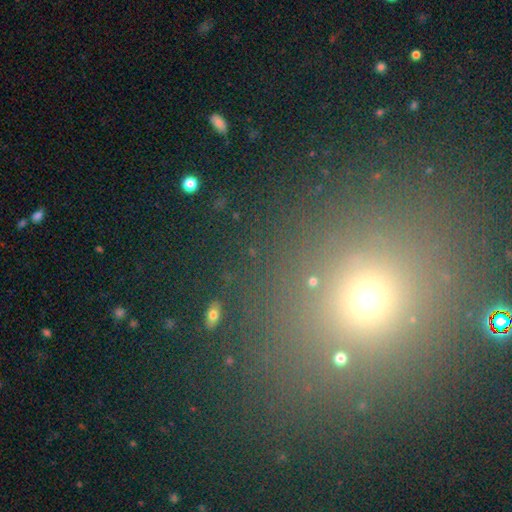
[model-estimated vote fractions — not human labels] This appears to be a smooth galaxy with no disk features (50%) that is round (78%). Merging: none (85%).